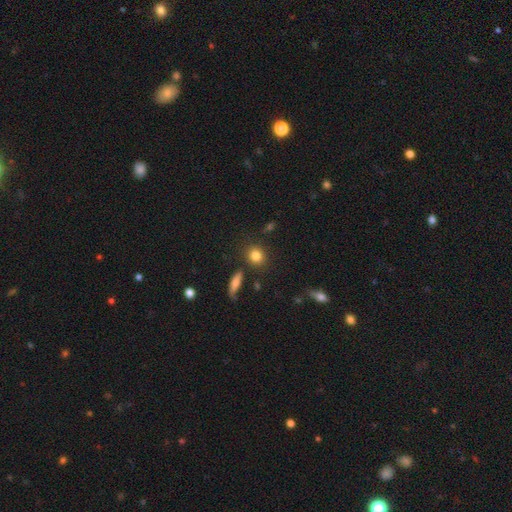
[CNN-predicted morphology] Q: Smooth or featured?
A: smooth (83%); runner-up: star or artifact (10%)
Q: How rounded?
A: round (78%); runner-up: in between (19%)
Q: Merging?
A: none (83%); runner-up: minor disturbance (9%)